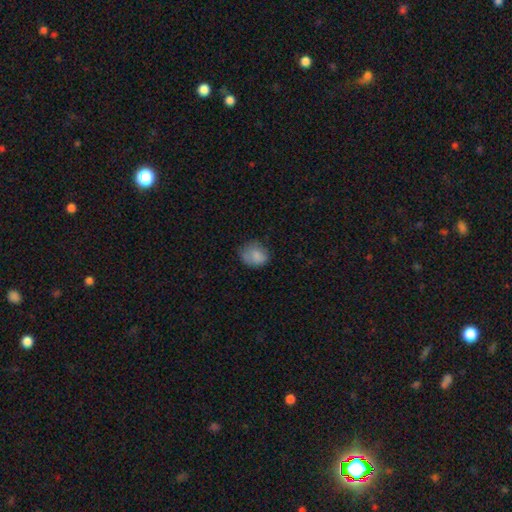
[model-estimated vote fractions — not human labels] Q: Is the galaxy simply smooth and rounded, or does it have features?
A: smooth — 81%.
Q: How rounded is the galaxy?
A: round — 54%.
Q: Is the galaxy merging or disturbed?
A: none — 62%.